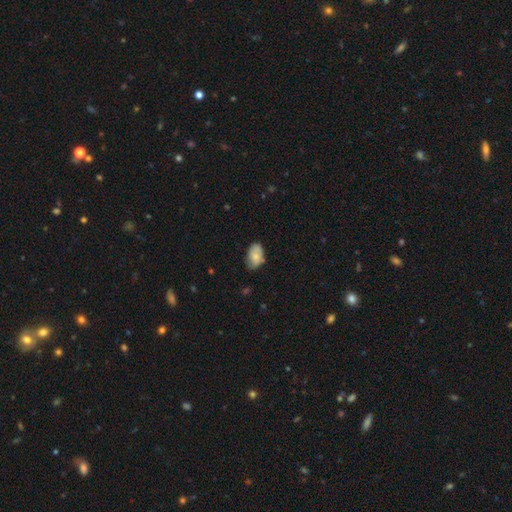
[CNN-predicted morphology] The model was most divided on "merging": none: 65%, minor disturbance: 29%, major disturbance: 5%, merger: 2%. More confident: how rounded — in between (91%); smooth or featured — smooth (76%).